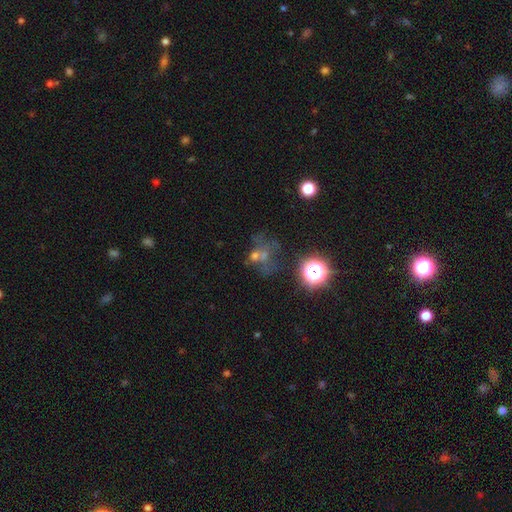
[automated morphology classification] A smooth galaxy with no disk features (37%). Merging: none (41%).